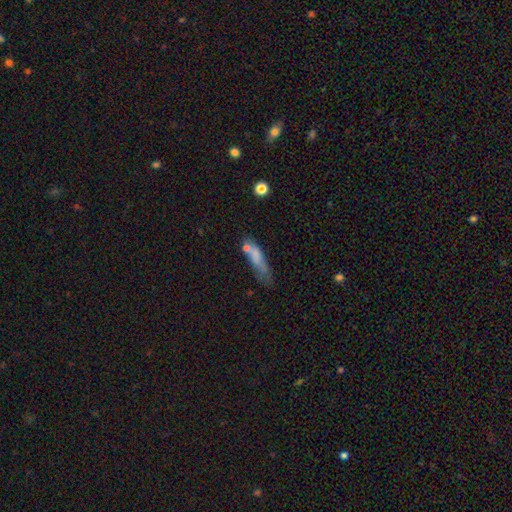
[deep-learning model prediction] Smooth or featured? Predicted: smooth (p=0.67). How rounded? Predicted: cigar-shaped (p=0.61). Merging? Predicted: none (p=0.33).